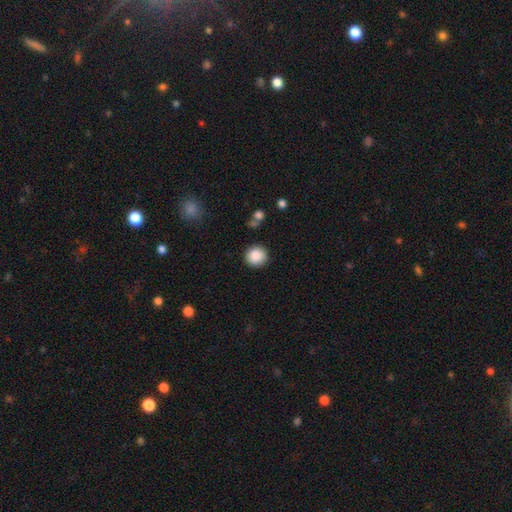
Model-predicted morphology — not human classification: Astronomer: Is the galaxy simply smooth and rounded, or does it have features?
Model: smooth — 87%.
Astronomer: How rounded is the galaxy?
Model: round — 93%.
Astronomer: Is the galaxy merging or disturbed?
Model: none — 88%.